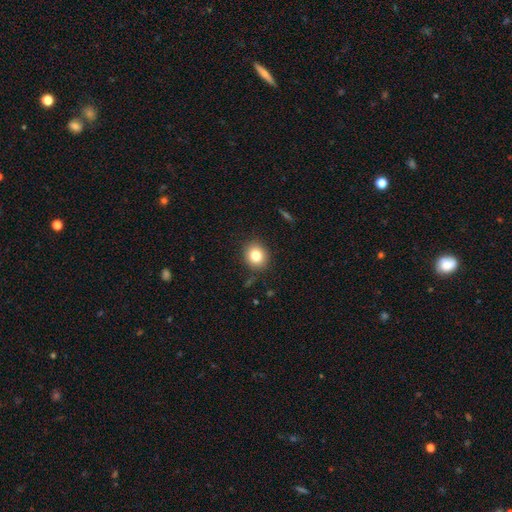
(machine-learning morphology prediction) The model was most divided on "how rounded": round: 75%, in between: 24%, cigar-shaped: 1%. More confident: merging — none (88%); smooth or featured — smooth (81%).